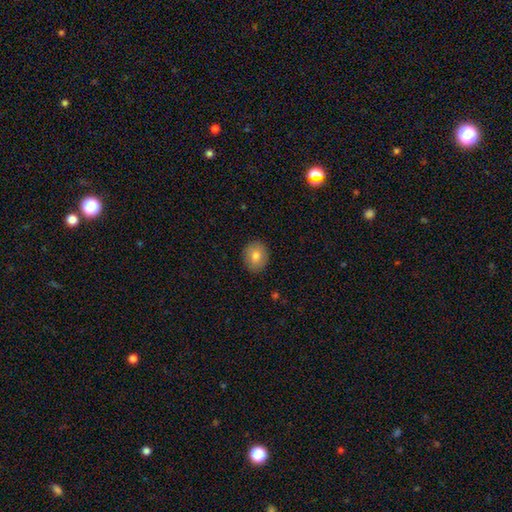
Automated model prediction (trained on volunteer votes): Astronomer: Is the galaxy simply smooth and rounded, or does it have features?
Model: smooth — 79%.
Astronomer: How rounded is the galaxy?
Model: round — 65%.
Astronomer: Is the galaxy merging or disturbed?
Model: none — 89%.